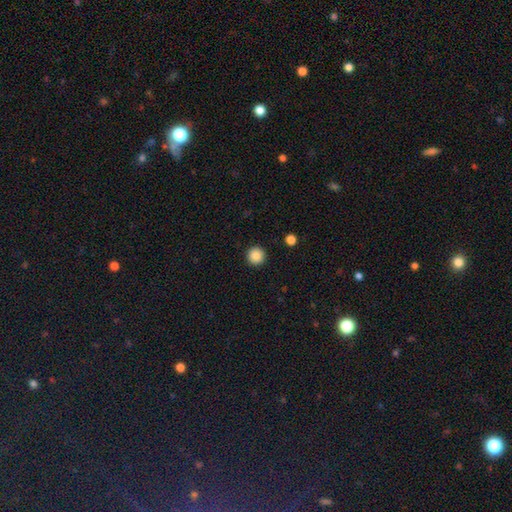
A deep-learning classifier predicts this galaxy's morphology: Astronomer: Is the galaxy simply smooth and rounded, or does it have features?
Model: smooth — 87%.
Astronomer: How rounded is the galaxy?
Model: round — 96%.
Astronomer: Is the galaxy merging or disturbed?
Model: none — 93%.